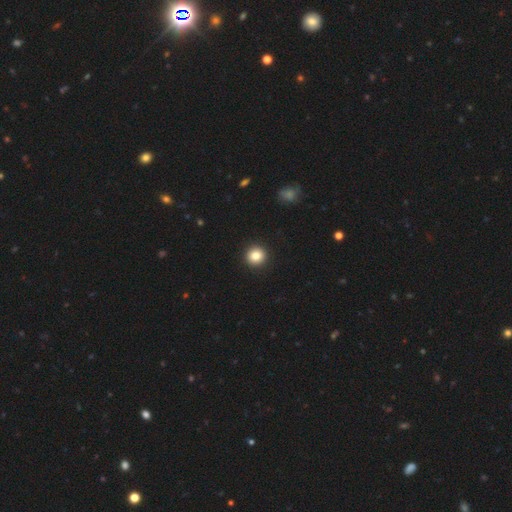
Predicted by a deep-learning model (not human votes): A smooth galaxy with no disk features (84%) that is round (93%). Merging: none (93%).